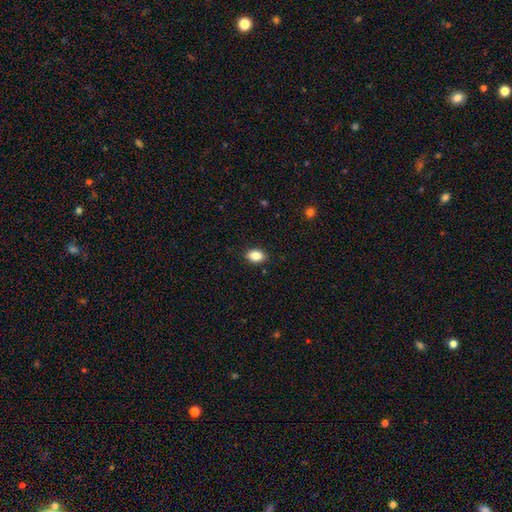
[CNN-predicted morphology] smooth_or_featured: smooth (p=0.85) [alt: star or artifact p=0.09]
how_rounded: in between (p=0.84) [alt: round p=0.15]
merging: none (p=0.89) [alt: minor disturbance p=0.08]